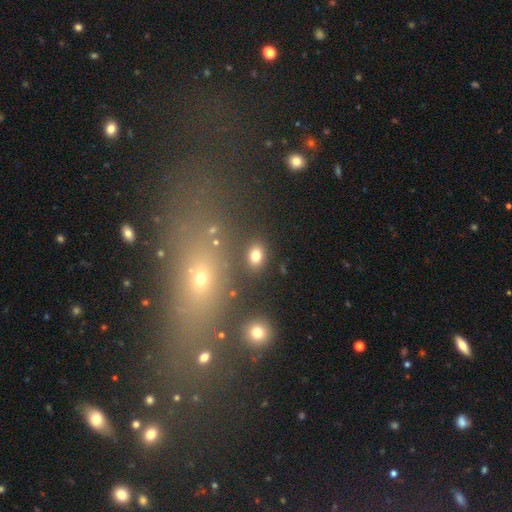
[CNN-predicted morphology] Overall: smooth (78%). How rounded: in between (73%). Merging: none (83%).